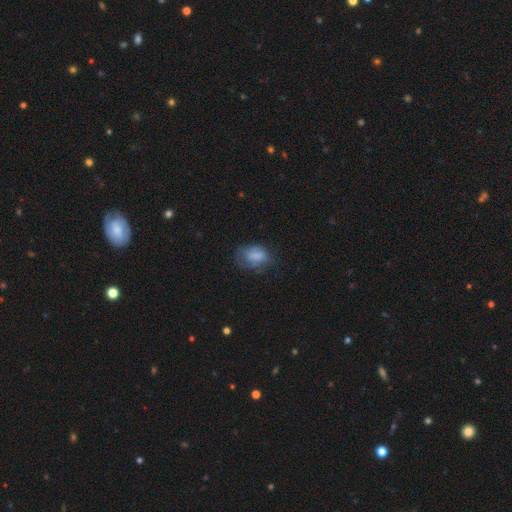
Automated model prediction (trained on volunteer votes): Overall: smooth (65%). How rounded: in between (78%). Merging: none (46%; minor disturbance 30%).